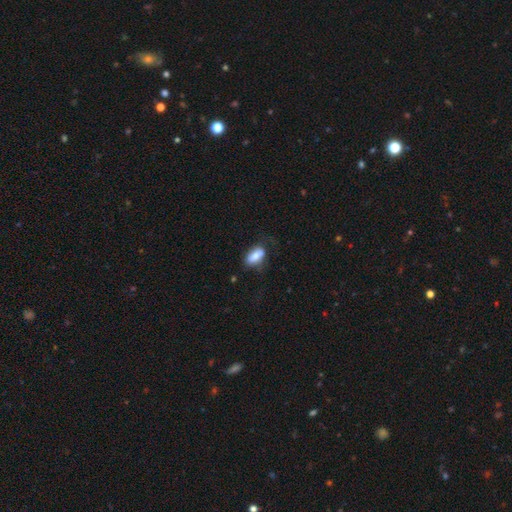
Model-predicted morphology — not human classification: Overall: smooth (77%). How rounded: in between (86%). Merging: none (58%; minor disturbance 27%).